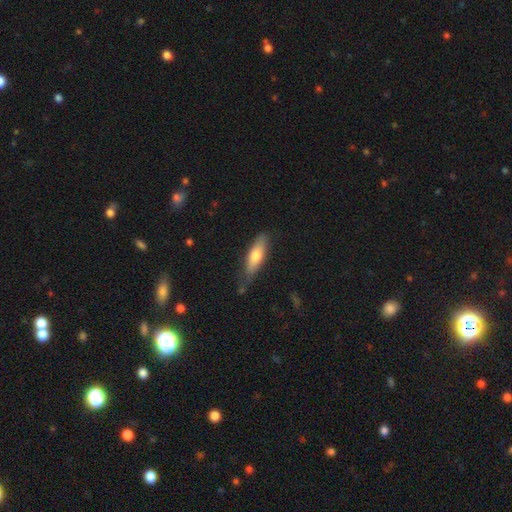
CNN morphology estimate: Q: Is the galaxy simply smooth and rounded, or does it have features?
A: smooth — 69%.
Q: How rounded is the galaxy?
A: cigar-shaped — 53%.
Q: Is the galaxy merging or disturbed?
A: none — 71%.